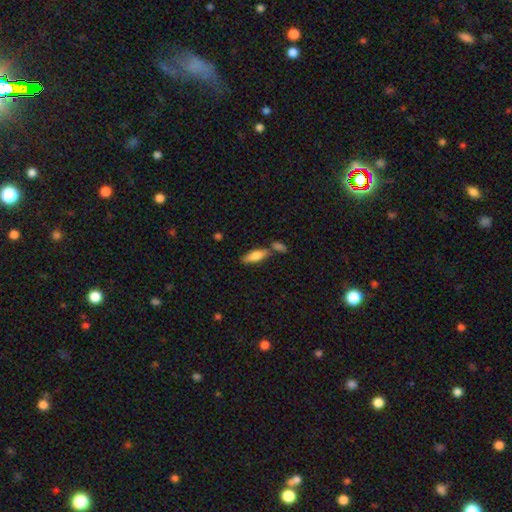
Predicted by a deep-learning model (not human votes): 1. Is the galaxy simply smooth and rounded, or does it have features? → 74% smooth, 20% featured or disk, 6% star or artifact.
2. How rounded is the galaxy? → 57% in between, 40% cigar-shaped, 2% round.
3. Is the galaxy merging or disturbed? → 61% none, 22% merger, 13% minor disturbance, 4% major disturbance.